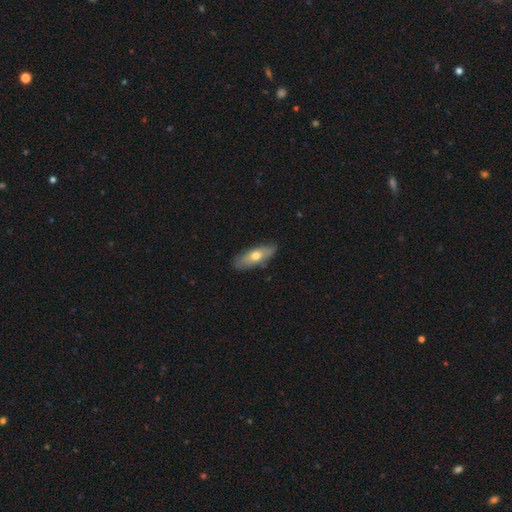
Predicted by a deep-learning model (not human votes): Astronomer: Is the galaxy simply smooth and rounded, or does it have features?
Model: smooth — 61%.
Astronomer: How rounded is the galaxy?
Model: in between — 65%.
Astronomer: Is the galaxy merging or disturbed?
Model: none — 83%.